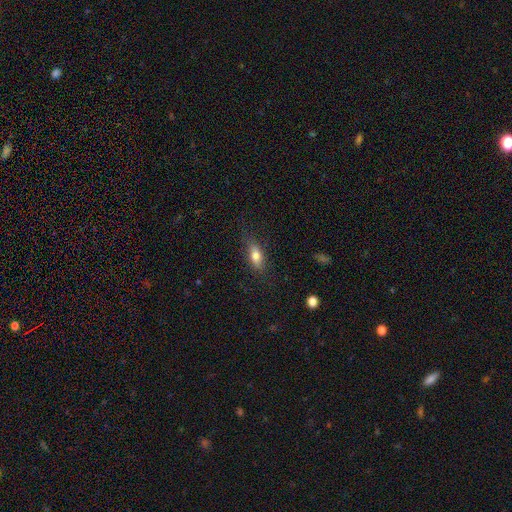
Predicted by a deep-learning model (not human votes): Smooth or featured?
  - smooth: 76% *
  - featured or disk: 16%
  - star or artifact: 8%
How rounded?
  - in between: 74% *
  - cigar-shaped: 22%
  - round: 4%
Merging?
  - none: 77% *
  - minor disturbance: 16%
  - major disturbance: 5%
  - merger: 1%